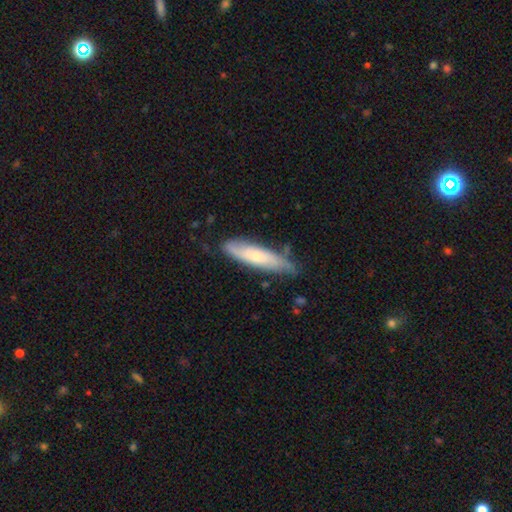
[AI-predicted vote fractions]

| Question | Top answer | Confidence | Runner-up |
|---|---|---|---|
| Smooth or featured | smooth | 53% | featured or disk (40%) |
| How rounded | cigar-shaped | 73% | in between (25%) |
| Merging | none | 67% | minor disturbance (25%) |